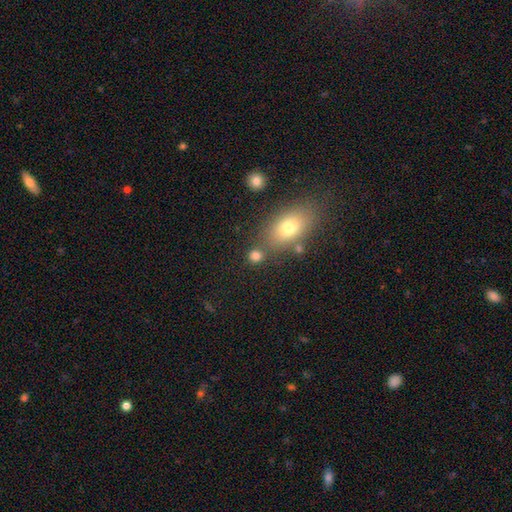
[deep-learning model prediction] The model was most divided on "merging": none: 71%, merger: 15%, minor disturbance: 9%, major disturbance: 4%. More confident: smooth or featured — smooth (80%); how rounded — round (78%).